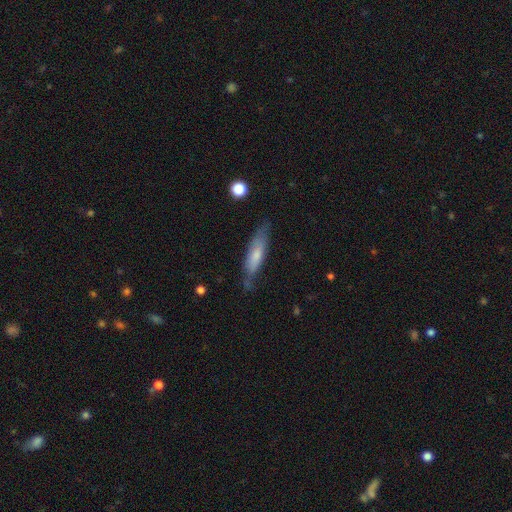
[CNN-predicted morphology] smooth_or_featured: smooth (p=0.68) [alt: featured or disk p=0.26]
how_rounded: cigar-shaped (p=0.66) [alt: in between p=0.32]
merging: none (p=0.65) [alt: minor disturbance p=0.26]